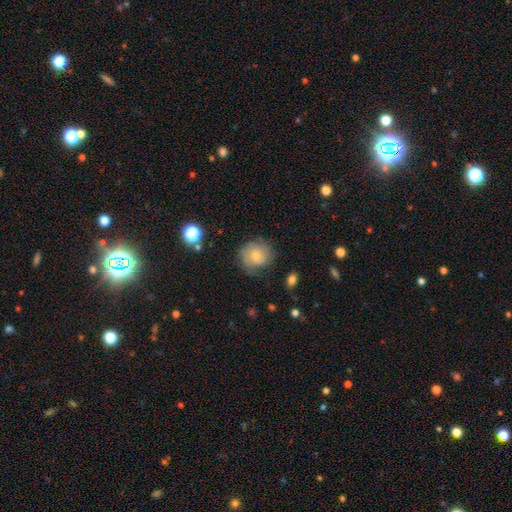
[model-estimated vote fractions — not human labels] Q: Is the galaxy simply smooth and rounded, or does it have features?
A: smooth — 68%.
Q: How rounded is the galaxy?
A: round — 80%.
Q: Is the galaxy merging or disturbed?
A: none — 63%.